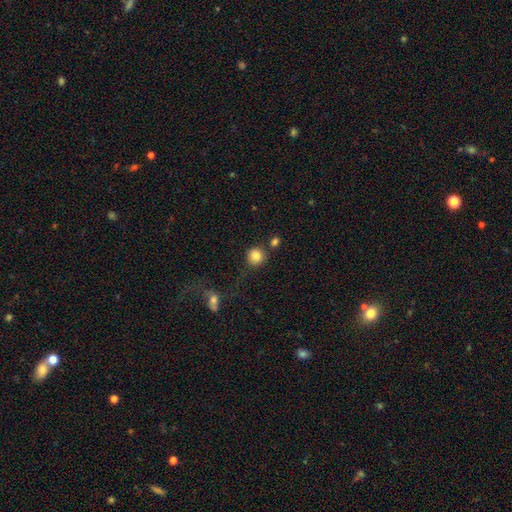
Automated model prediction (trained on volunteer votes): Smooth or featured?
  - smooth: 84% *
  - star or artifact: 10%
  - featured or disk: 5%
How rounded?
  - round: 91% *
  - in between: 8%
  - cigar-shaped: 1%
Merging?
  - none: 75% *
  - merger: 10%
  - minor disturbance: 10%
  - major disturbance: 5%